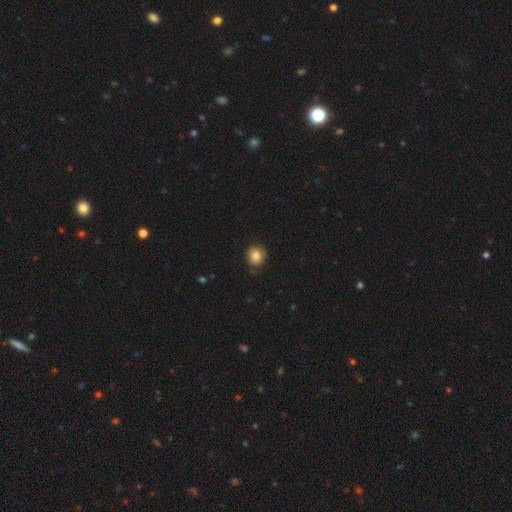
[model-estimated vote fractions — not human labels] This is clearly a smooth galaxy (84%). How rounded: clearly round (88%). Merging: clearly none (83%).